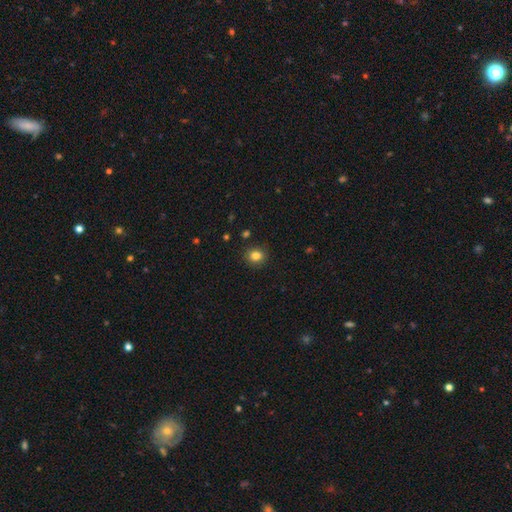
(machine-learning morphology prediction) Smooth or featured? Predicted: smooth (p=0.83). How rounded? Predicted: round (p=0.82). Merging? Predicted: none (p=0.90).